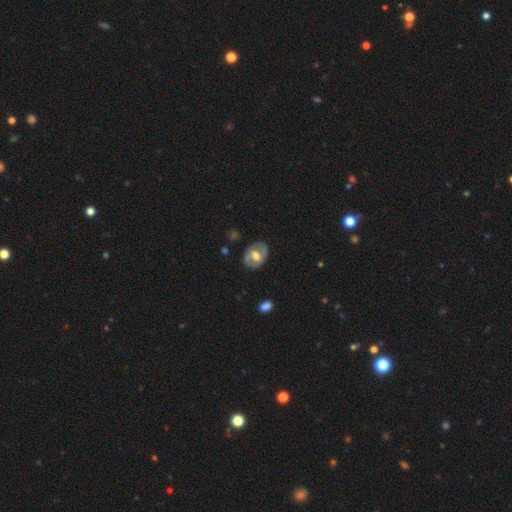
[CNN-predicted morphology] Smooth or featured?
  - featured or disk: 63% *
  - smooth: 31%
  - star or artifact: 5%
Edge-on disk?
  - no: 95% *
  - yes: 5%
Bar?
  - no: 45% *
  - weak: 40%
  - strong: 16%
Spiral arms?
  - yes: 57% *
  - no: 43%
Bulge size?
  - moderate: 60% *
  - large: 30%
  - small: 7%
  - none: 2%
  - dominant: 2%
Merging?
  - none: 77% *
  - minor disturbance: 17%
  - major disturbance: 5%
  - merger: 1%